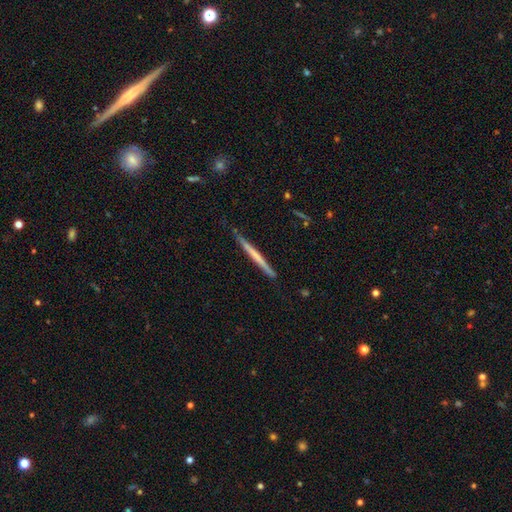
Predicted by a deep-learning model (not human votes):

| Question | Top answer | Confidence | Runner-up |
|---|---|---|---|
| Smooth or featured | featured or disk | 48% | smooth (47%) |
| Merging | none | 86% | minor disturbance (11%) |